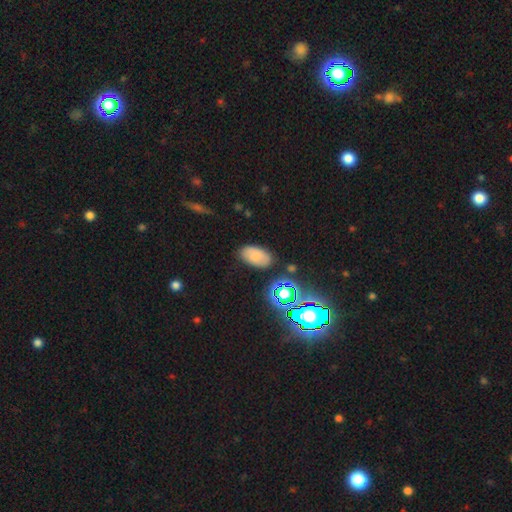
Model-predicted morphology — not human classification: The model was most divided on "smooth or featured": smooth: 69%, star or artifact: 17%, featured or disk: 14%. More confident: how rounded — in between (94%); merging — none (82%).